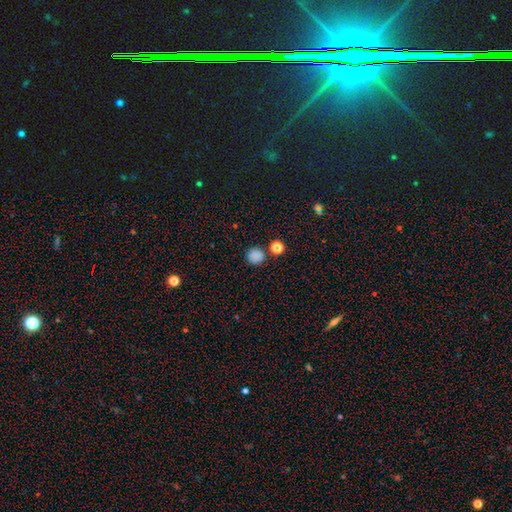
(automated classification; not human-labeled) Smooth or featured? Predicted: smooth (p=0.83). How rounded? Predicted: round (p=0.90). Merging? Predicted: none (p=0.82).